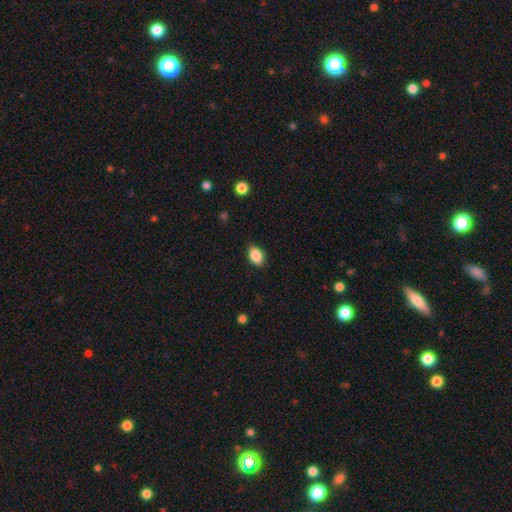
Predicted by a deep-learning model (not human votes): Smooth or featured?
  - smooth: 88% *
  - star or artifact: 8%
  - featured or disk: 4%
How rounded?
  - in between: 86% *
  - round: 13%
  - cigar-shaped: 1%
Merging?
  - none: 85% *
  - minor disturbance: 11%
  - major disturbance: 2%
  - merger: 1%